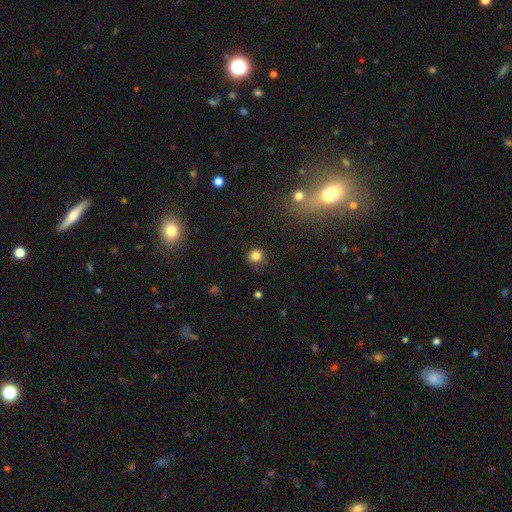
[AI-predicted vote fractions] Smooth or featured?
  - smooth: 82% *
  - star or artifact: 13%
  - featured or disk: 5%
How rounded?
  - round: 89% *
  - in between: 10%
  - cigar-shaped: 1%
Merging?
  - none: 81% *
  - minor disturbance: 14%
  - major disturbance: 4%
  - merger: 2%